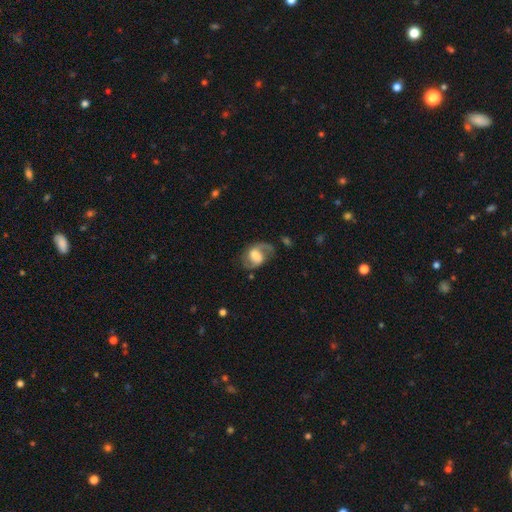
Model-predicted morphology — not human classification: Smooth or featured? Predicted: featured or disk (p=0.69). Edge-on disk? Predicted: no (p=0.97). Bar? Predicted: weak (p=0.48). Spiral arms? Predicted: yes (p=0.90). Spiral winding? Predicted: medium (p=0.47). Spiral arm count? Predicted: 2 (p=0.74). Bulge size? Predicted: large (p=0.37). Merging? Predicted: none (p=0.58).